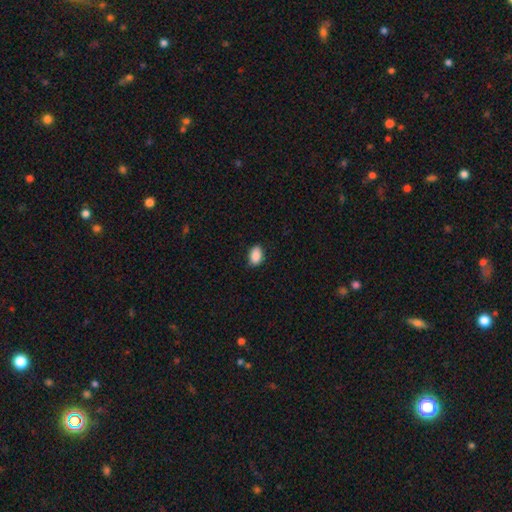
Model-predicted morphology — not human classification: Overall: smooth (90%). How rounded: in between (86%). Merging: none (86%).